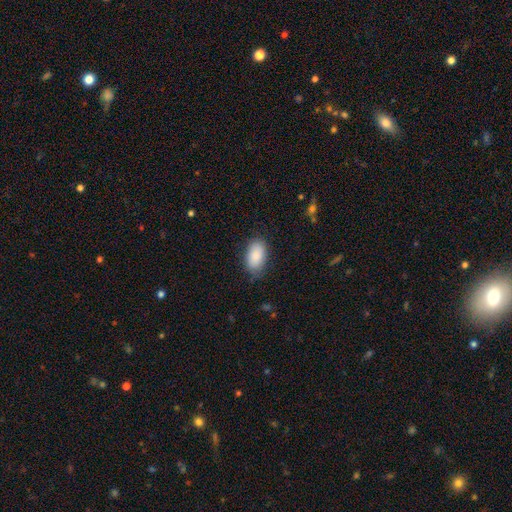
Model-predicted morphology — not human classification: Overall: smooth (89%). How rounded: in between (94%). Merging: none (80%).